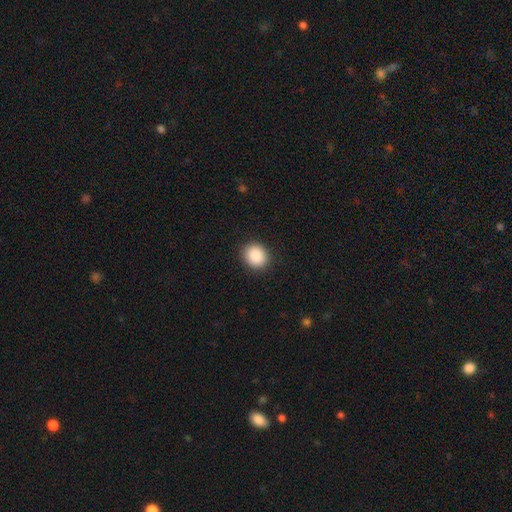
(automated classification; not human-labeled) This is clearly a smooth galaxy (90%). How rounded: likely round (73%). Merging: clearly none (91%).